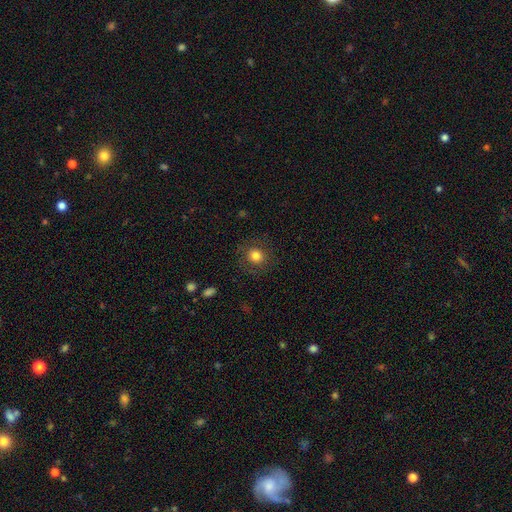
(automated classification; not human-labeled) Smooth or featured: smooth — 79% (star or artifact — 11%)
How rounded: round — 89% (in between — 10%)
Merging: none — 85% (minor disturbance — 9%)